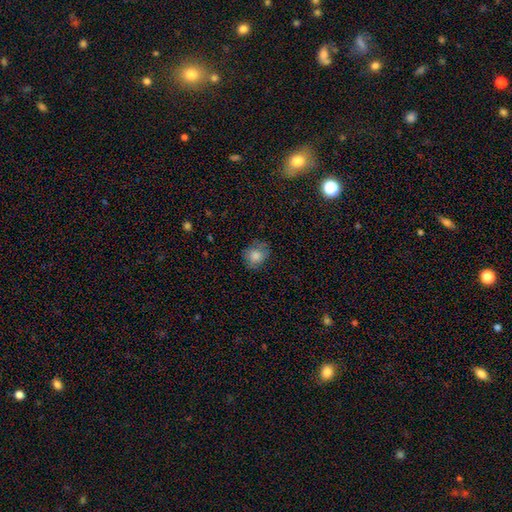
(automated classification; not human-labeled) smooth_or_featured: smooth (p=0.81) [alt: featured or disk p=0.10]
how_rounded: round (p=0.66) [alt: in between p=0.33]
merging: none (p=0.69) [alt: minor disturbance p=0.22]